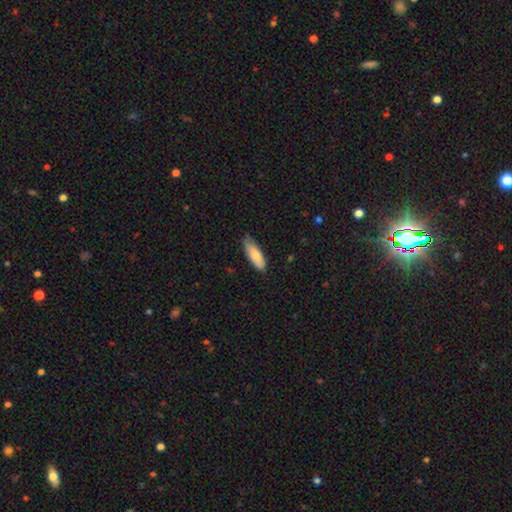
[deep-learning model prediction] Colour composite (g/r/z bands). It shows a smooth galaxy with no disk features (79%) that is in between round and cigar-shaped (58%). Merging: none (73%).